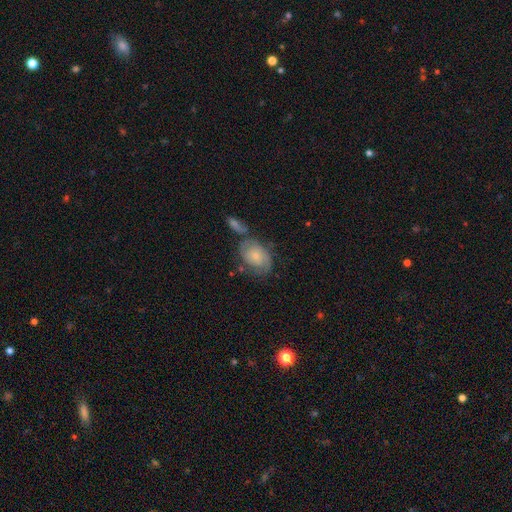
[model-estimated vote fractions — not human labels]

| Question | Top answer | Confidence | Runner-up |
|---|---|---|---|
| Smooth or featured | featured or disk | 51% | smooth (42%) |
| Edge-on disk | no | 96% | yes (4%) |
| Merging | none | 46% | minor disturbance (21%) |